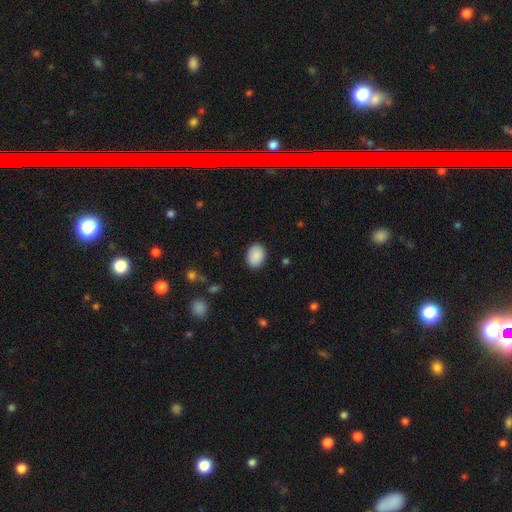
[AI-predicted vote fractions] Overall: smooth (90%). How rounded: in between (74%). Merging: none (87%).